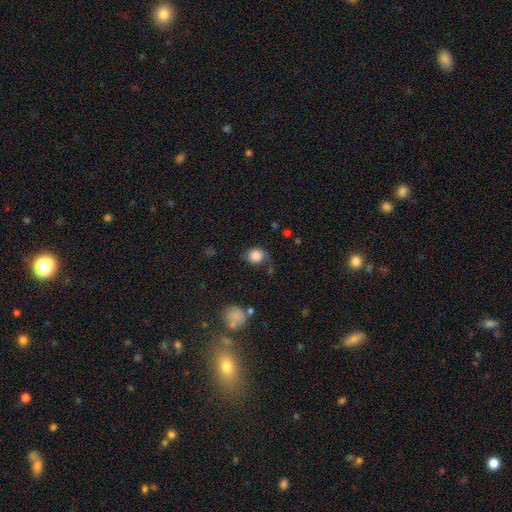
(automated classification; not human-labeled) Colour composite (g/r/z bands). It shows a smooth galaxy with no disk features (80%) that is round (63%). Merging: none (57%).